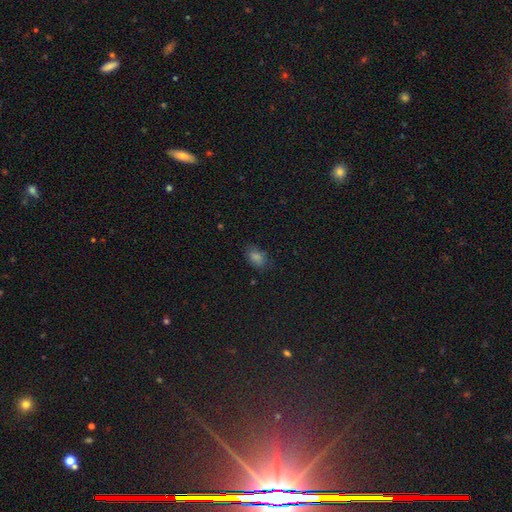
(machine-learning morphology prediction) This appears to be a smooth galaxy with no disk features (65%) that is in between round and cigar-shaped (78%). Merging: none (81%).